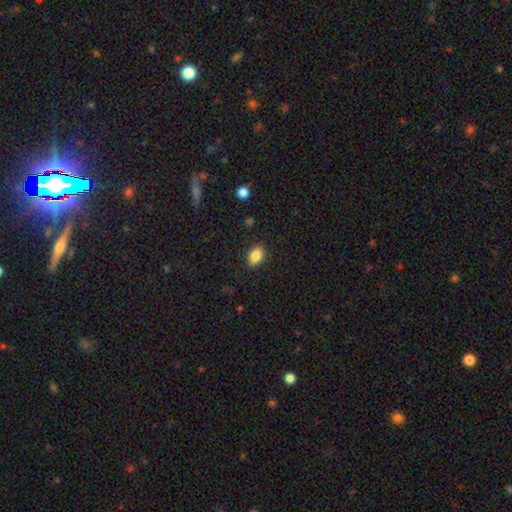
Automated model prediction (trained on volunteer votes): The model was most divided on "how rounded": in between: 86%, round: 13%, cigar-shaped: 2%. More confident: merging — none (88%); smooth or featured — smooth (85%).